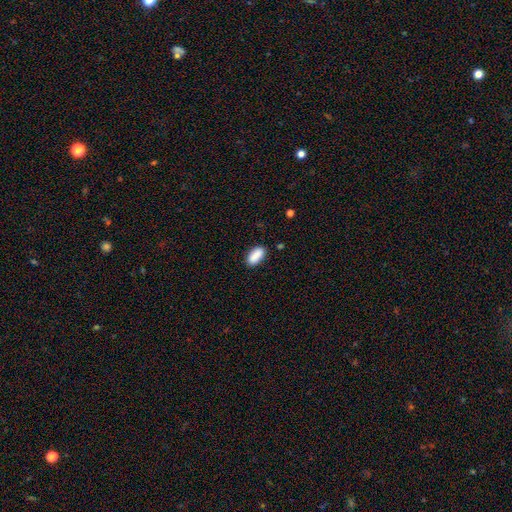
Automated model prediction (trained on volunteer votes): Smooth or featured?
  - smooth: 89% *
  - star or artifact: 7%
  - featured or disk: 4%
How rounded?
  - in between: 88% *
  - cigar-shaped: 10%
  - round: 3%
Merging?
  - none: 86% *
  - minor disturbance: 10%
  - major disturbance: 2%
  - merger: 2%